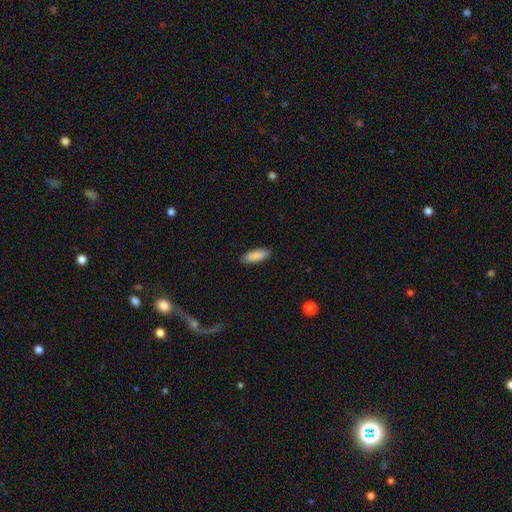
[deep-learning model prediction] A smooth galaxy with no disk features (89%) that is in between round and cigar-shaped (67%).

Vote fractions:
- Smooth or featured? smooth: 89% / star or artifact: 6% / featured or disk: 5%
- How rounded? in between: 67% / cigar-shaped: 32% / round: 2%
- Merging? none: 89% / minor disturbance: 8% / major disturbance: 2% / merger: 1%